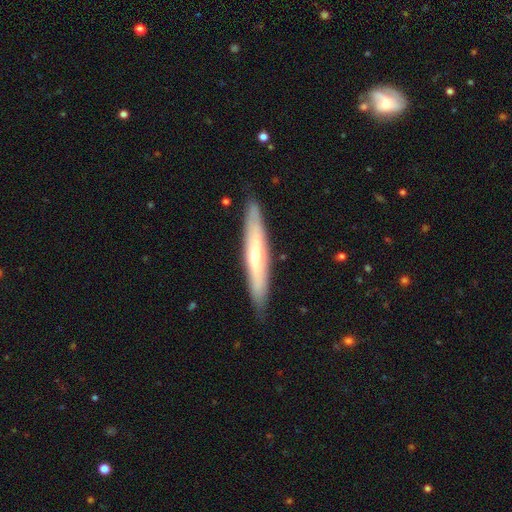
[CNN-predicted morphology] Smooth or featured?
  - featured or disk: 51% *
  - smooth: 44%
  - star or artifact: 6%
Edge-on disk?
  - yes: 85% *
  - no: 15%
Merging?
  - none: 88% *
  - minor disturbance: 9%
  - major disturbance: 2%
  - merger: 1%